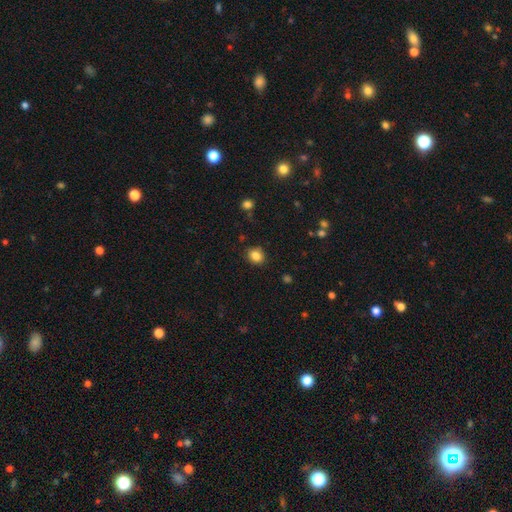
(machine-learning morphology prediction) smooth-or-featured: smooth: 84% | star or artifact: 11% | featured or disk: 5%
  how-rounded: round: 72% | in between: 27% | cigar-shaped: 1%
  merging: none: 87% | minor disturbance: 9% | major disturbance: 2% | merger: 1%